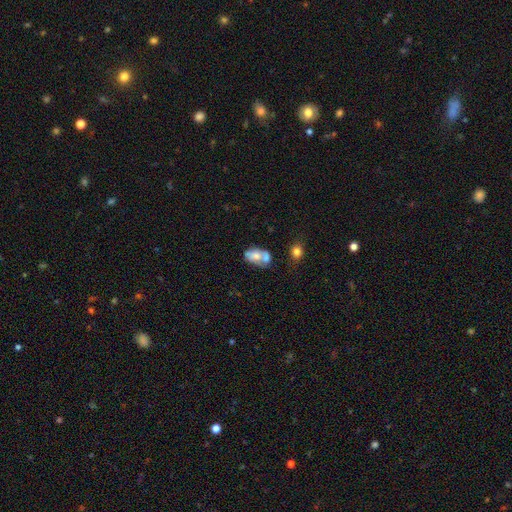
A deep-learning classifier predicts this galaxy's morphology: This is possibly a smooth galaxy (53%). How rounded: clearly in between (83%). Merging: possibly merger (51%).